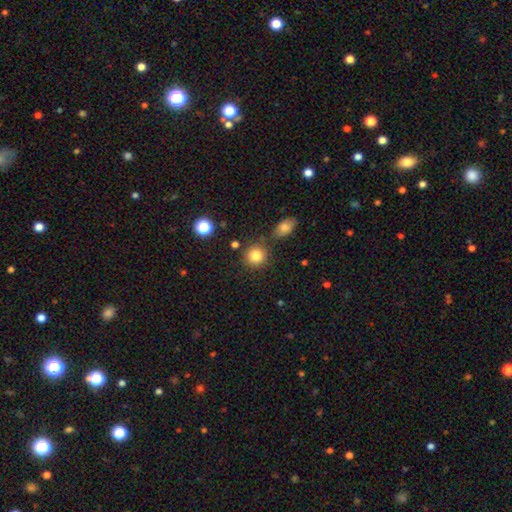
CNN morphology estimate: type=smooth (82%); roundness=round (89%); merging=none (80%).